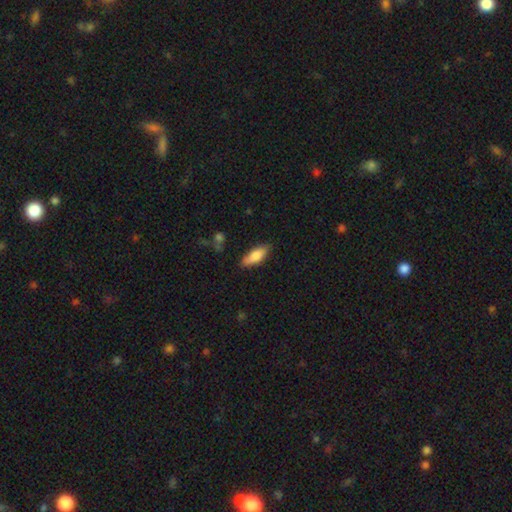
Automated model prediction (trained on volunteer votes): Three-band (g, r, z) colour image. It shows a smooth galaxy with no disk features (75%) that is in between round and cigar-shaped (69%). Merging: none (78%).